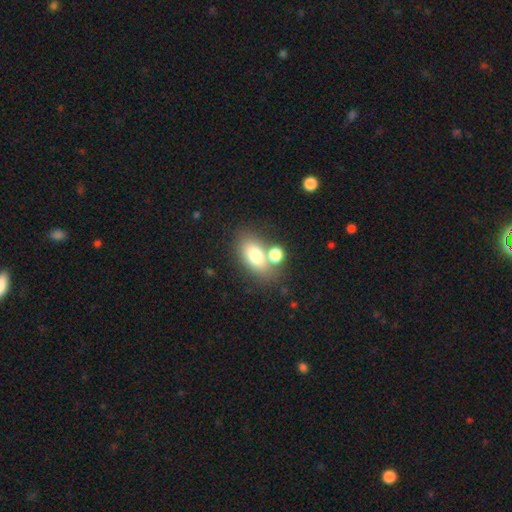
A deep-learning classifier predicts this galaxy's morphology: Overall: smooth (73%). How rounded: in between (84%). Merging: none (57%; merger 26%).